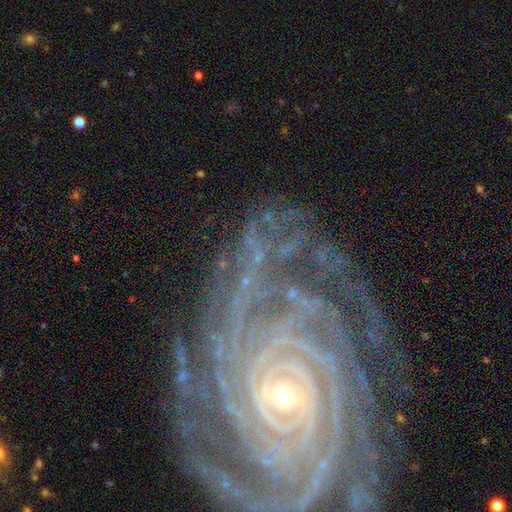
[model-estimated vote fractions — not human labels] featured or disk 90%, star or artifact 7%, smooth 4%. Down the decision tree: edge-on disk — no (97%); bar — no (55%); spiral arms — yes (98%); spiral arm count — more than 4 (33%); spiral winding — tight (87%); bulge size — small (71%); merging — none (74%).